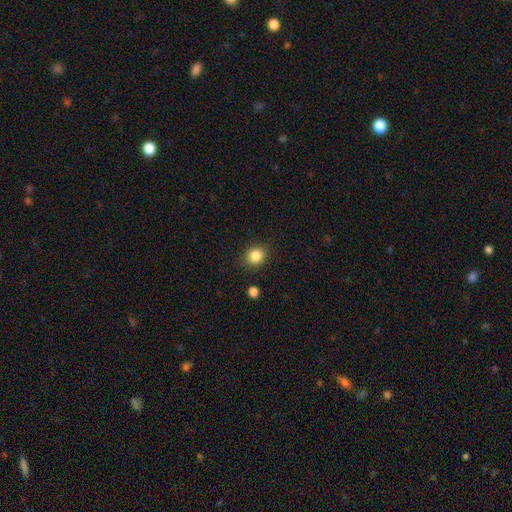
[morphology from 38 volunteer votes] smooth_or_featured: smooth (p=0.89) [alt: star or artifact p=0.08]
how_rounded: round (p=0.68) [alt: in between p=0.32]
merging: none (p=0.83) [alt: minor disturbance p=0.09]